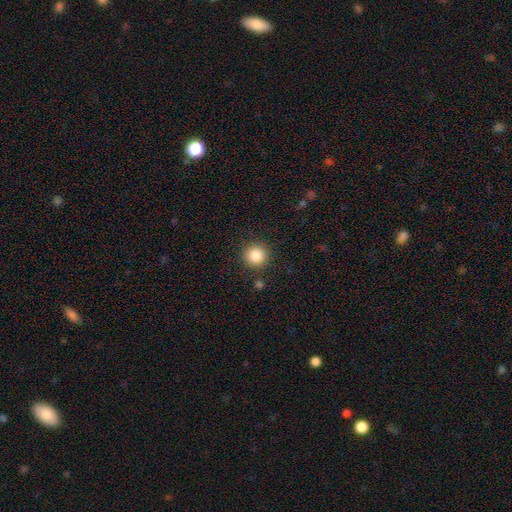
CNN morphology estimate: The model was most divided on "smooth or featured": smooth: 86%, star or artifact: 10%, featured or disk: 4%. More confident: how rounded — round (94%); merging — none (88%).